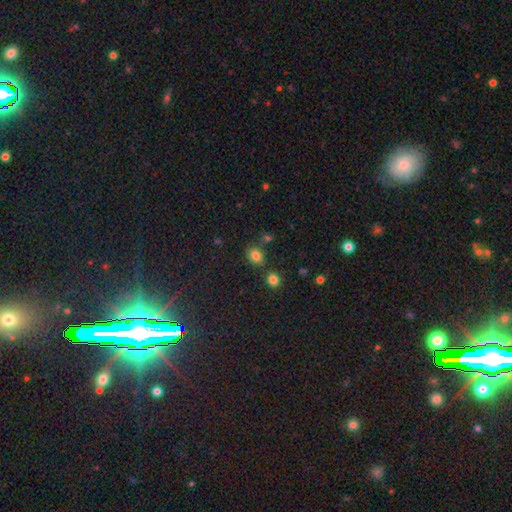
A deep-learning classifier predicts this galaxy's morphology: smooth 80%, star or artifact 14%, featured or disk 6%. Down the decision tree: how rounded — in between (50%); merging — none (70%).